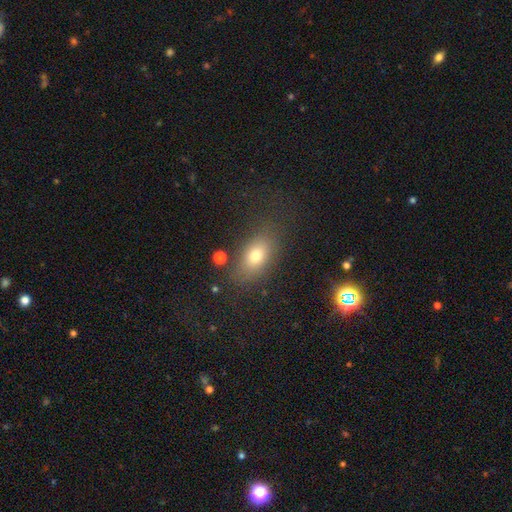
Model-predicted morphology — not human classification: Smooth or featured? Predicted: smooth (p=0.74). How rounded? Predicted: in between (p=0.81). Merging? Predicted: none (p=0.76).